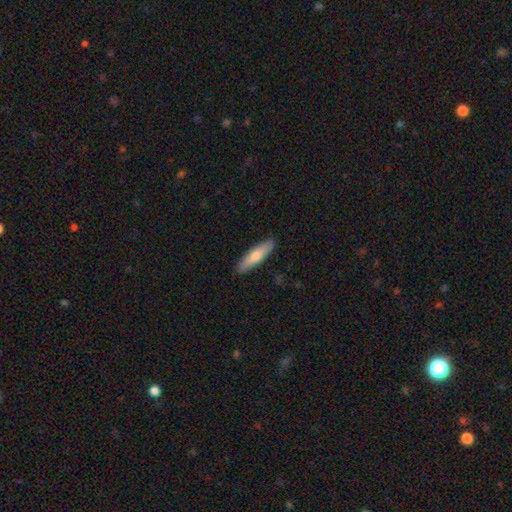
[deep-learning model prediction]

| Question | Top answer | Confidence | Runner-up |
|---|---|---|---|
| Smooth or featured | smooth | 70% | featured or disk (25%) |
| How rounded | cigar-shaped | 77% | in between (22%) |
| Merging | none | 91% | minor disturbance (7%) |